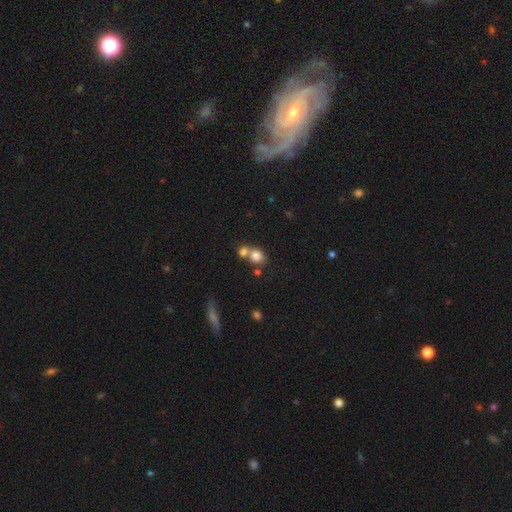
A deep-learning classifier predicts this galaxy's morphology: This is likely a smooth galaxy (79%). How rounded: likely round (64%). Merging: possibly merger (52%).